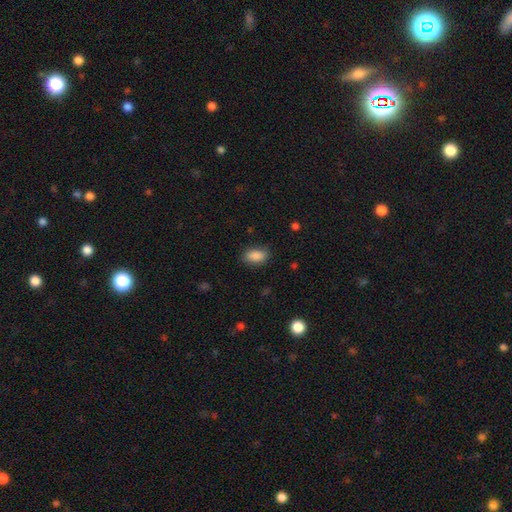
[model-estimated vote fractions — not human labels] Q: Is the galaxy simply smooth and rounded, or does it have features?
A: smooth — 88%.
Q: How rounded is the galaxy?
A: in between — 91%.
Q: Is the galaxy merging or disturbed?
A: none — 84%.